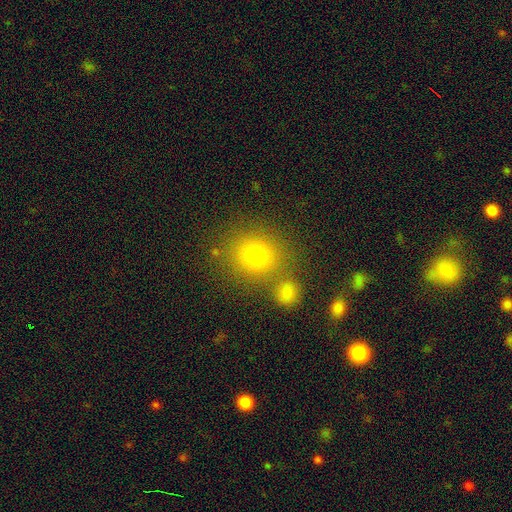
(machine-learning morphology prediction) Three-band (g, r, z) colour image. It shows a smooth galaxy with no disk features (75%) that is round (77%). Merging: none (70%).